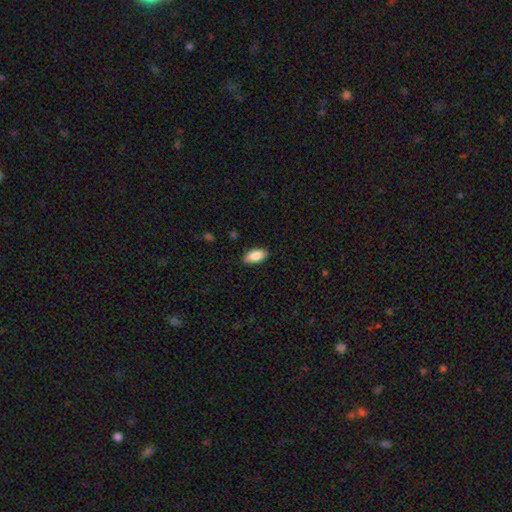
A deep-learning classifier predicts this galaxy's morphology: Smooth or featured? Predicted: smooth (p=0.86). How rounded? Predicted: in between (p=0.91). Merging? Predicted: none (p=0.86).